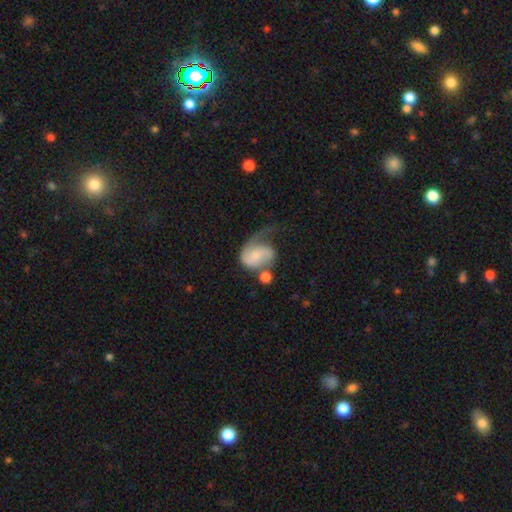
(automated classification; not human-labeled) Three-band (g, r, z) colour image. It shows a featured or disk galaxy (59%) with no bar (62%), spiral arms (87%) and a small central bulge (40%). Merging: major disturbance (42%).